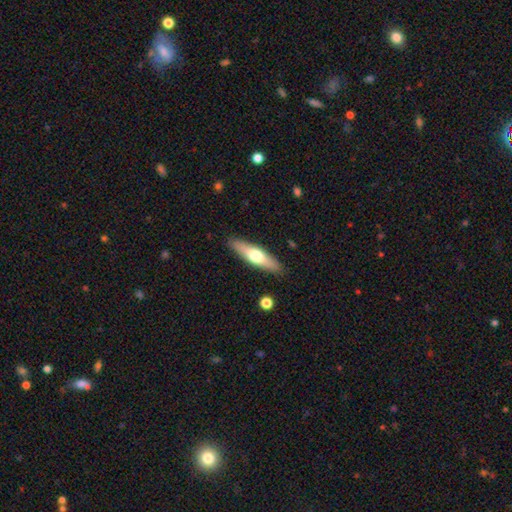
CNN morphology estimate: smooth 54%, featured or disk 41%, star or artifact 5%. Down the decision tree: how rounded — cigar-shaped (68%); merging — none (88%).